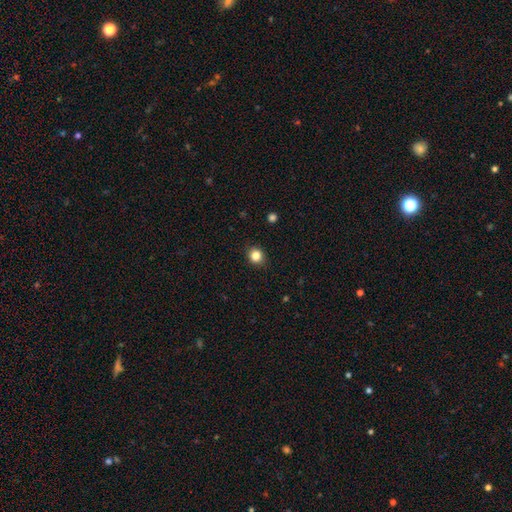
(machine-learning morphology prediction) type=smooth (84%); roundness=round (82%); merging=none (90%).